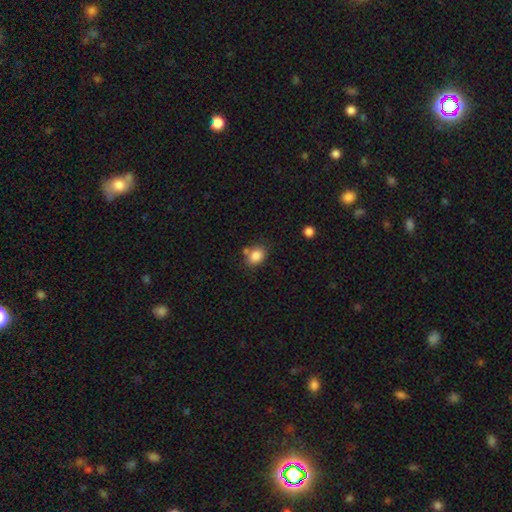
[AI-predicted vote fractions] Smooth or featured? smooth (84%)
How rounded? in between (54%)
Merging? none (65%)